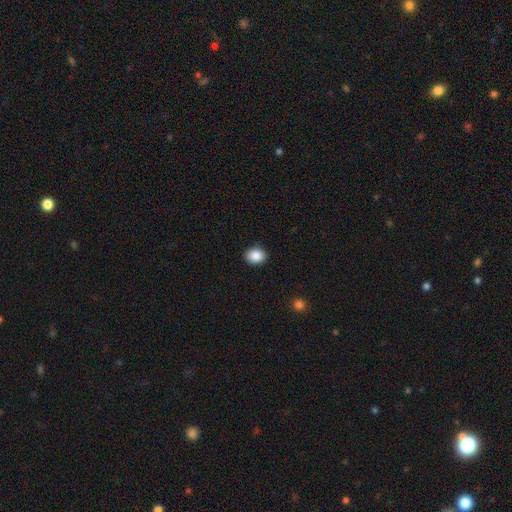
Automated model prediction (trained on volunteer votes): This appears to be a smooth galaxy with no disk features (88%) that is round (55%). Merging: none (90%).